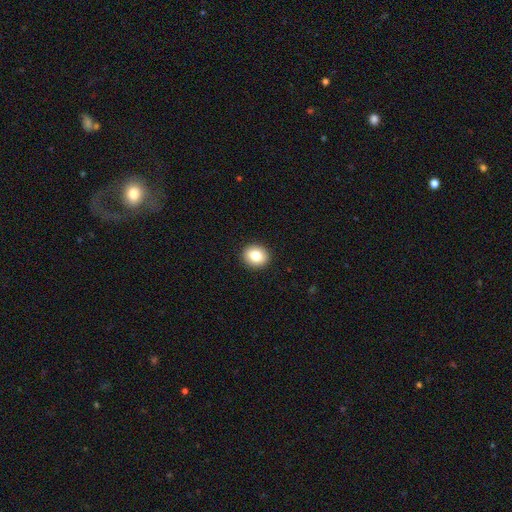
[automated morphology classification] smooth 81%, featured or disk 10%, star or artifact 9%. Down the decision tree: how rounded — round (72%); merging — none (92%).